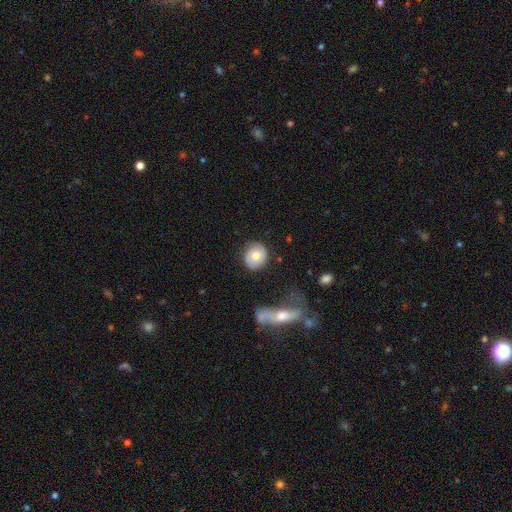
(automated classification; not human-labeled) This appears to be a smooth galaxy with no disk features (64%) that is round (77%). Merging: none (80%).